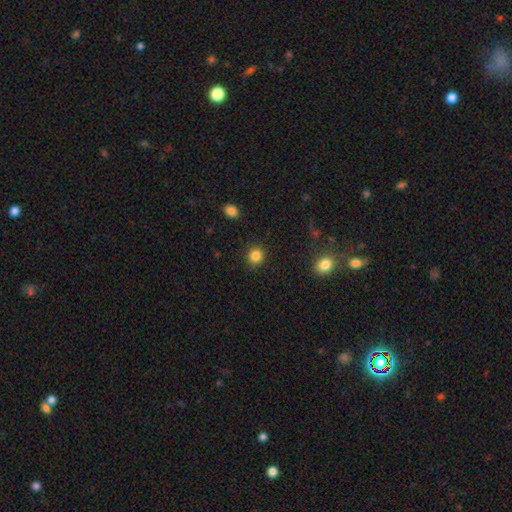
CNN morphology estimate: type=smooth (85%); roundness=round (89%); merging=none (90%).